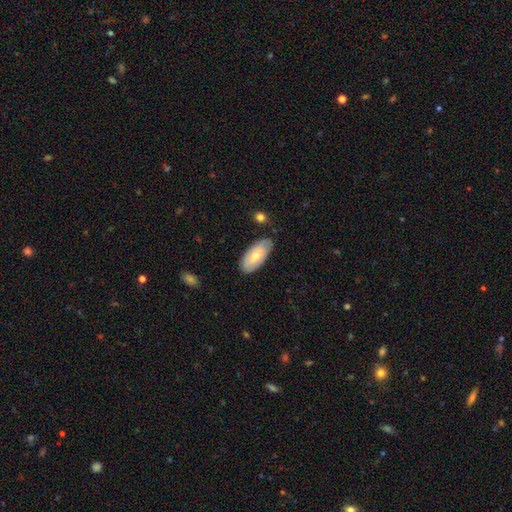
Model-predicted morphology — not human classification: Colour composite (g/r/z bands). It shows a smooth galaxy with no disk features (64%) that is in between round and cigar-shaped (91%). Merging: none (78%).